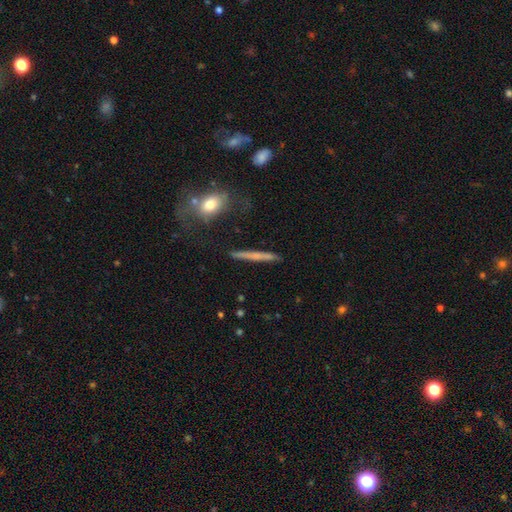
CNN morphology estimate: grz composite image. It shows a smooth galaxy with no disk features (49%). Merging: none (85%).